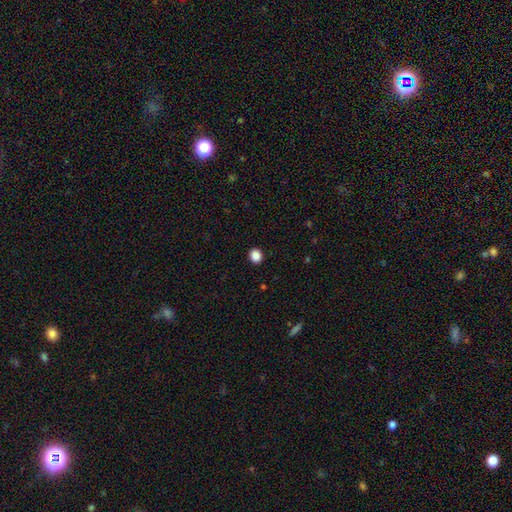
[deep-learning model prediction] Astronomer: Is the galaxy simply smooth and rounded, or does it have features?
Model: smooth — 87%.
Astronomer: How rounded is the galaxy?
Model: round — 82%.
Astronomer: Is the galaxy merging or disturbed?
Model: none — 92%.